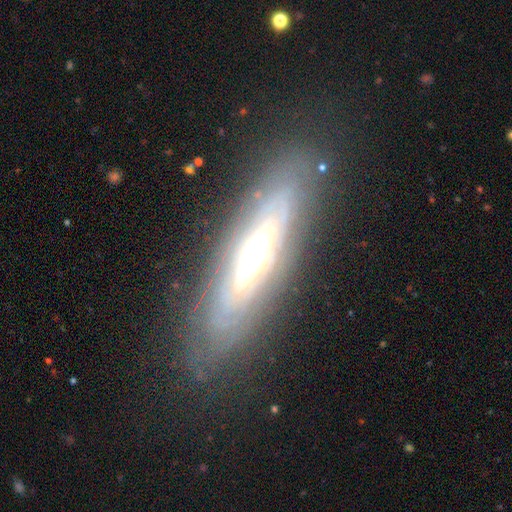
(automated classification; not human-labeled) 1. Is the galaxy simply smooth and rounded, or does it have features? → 71% featured or disk, 22% smooth, 7% star or artifact.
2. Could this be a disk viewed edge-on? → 55% yes, 45% no.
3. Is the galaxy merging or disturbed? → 80% none, 13% minor disturbance, 5% major disturbance, 1% merger.